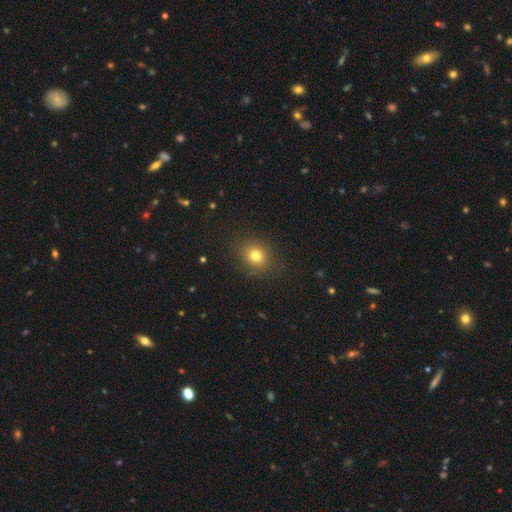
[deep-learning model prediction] Morphology: type=smooth (77%); roundness=round (70%); merging=none (86%).